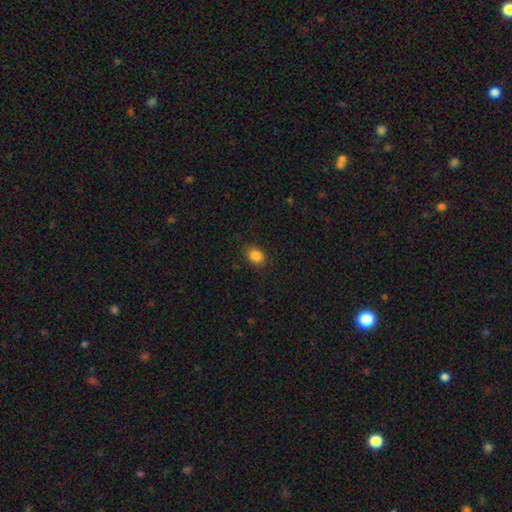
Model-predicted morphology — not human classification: Smooth or featured?
  - smooth: 86% *
  - star or artifact: 10%
  - featured or disk: 4%
How rounded?
  - in between: 56% *
  - round: 43%
  - cigar-shaped: 1%
Merging?
  - none: 87% *
  - minor disturbance: 10%
  - major disturbance: 3%
  - merger: 1%